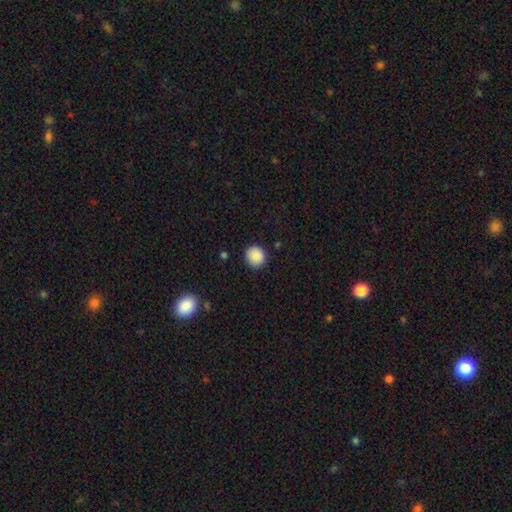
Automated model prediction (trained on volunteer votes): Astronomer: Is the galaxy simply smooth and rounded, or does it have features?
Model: smooth — 89%.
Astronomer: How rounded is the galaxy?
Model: round — 89%.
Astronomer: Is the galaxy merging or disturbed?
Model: none — 89%.